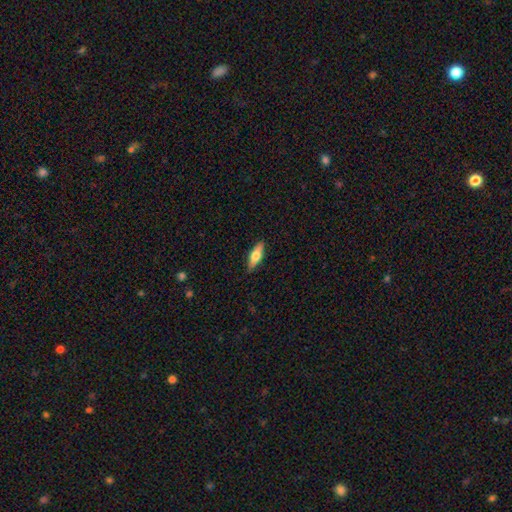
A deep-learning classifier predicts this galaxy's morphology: type=smooth (60%); roundness=in between (53%); merging=none (88%).